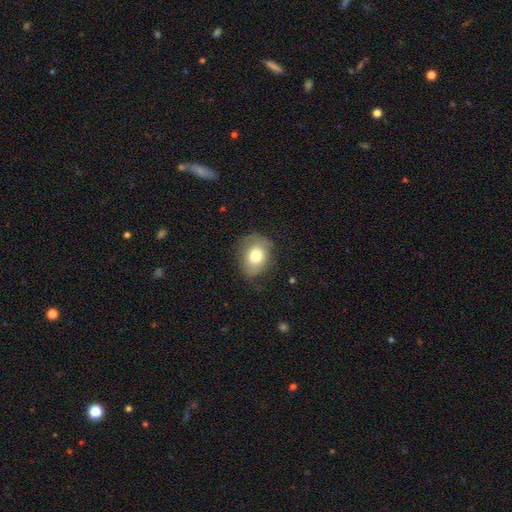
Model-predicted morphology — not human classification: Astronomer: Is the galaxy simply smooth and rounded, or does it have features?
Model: smooth — 72%.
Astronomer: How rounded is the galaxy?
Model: in between — 50% (runner-up: round, 49%).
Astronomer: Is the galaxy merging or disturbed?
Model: none — 68%.